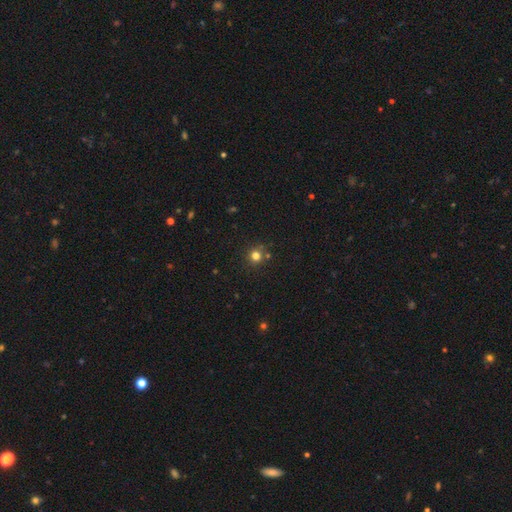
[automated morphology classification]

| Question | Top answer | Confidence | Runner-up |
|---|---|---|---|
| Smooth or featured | smooth | 77% | star or artifact (17%) |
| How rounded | round | 92% | in between (7%) |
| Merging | none | 81% | minor disturbance (8%) |